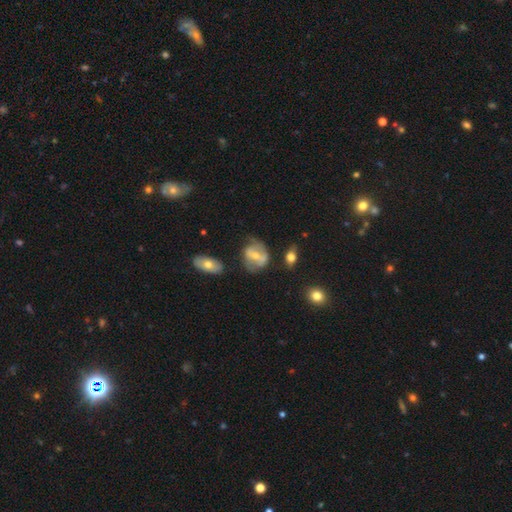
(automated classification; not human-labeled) Smooth or featured: featured or disk — 60% (smooth — 33%)
Edge-on disk: no — 93% (yes — 7%)
Bar: strong — 40% (weak — 34%)
Spiral arms: yes — 54% (no — 46%)
Bulge size: moderate — 48% (small — 46%)
Merging: none — 55% (minor disturbance — 25%)